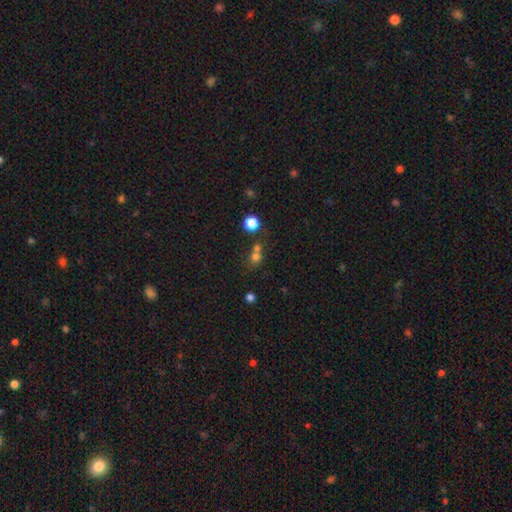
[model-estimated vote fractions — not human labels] A smooth galaxy with no disk features (69%) that is round (79%).

Vote fractions:
- Smooth or featured? smooth: 69% / star or artifact: 20% / featured or disk: 10%
- How rounded? round: 79% / in between: 20% / cigar-shaped: 1%
- Merging? none: 44% / merger: 43% / minor disturbance: 8% / major disturbance: 4%